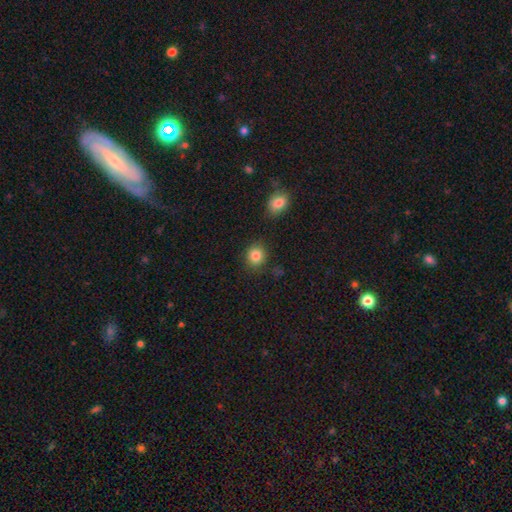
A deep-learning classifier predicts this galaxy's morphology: Smooth or featured?
  - smooth: 84% *
  - star or artifact: 10%
  - featured or disk: 5%
How rounded?
  - round: 83% *
  - in between: 16%
  - cigar-shaped: 1%
Merging?
  - none: 84% *
  - minor disturbance: 10%
  - merger: 4%
  - major disturbance: 3%